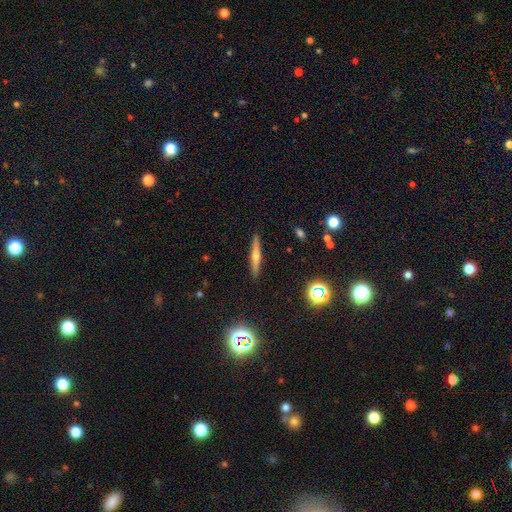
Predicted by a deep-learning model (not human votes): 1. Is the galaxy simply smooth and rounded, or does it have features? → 47% featured or disk, 41% smooth, 11% star or artifact.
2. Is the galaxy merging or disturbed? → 91% none, 6% minor disturbance, 2% major disturbance, 1% merger.